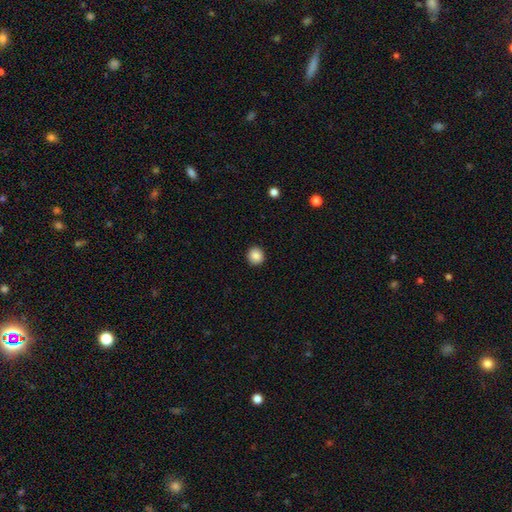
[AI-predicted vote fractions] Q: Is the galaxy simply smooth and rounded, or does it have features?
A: smooth — 87%.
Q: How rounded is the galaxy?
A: round — 93%.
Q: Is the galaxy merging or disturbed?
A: none — 93%.